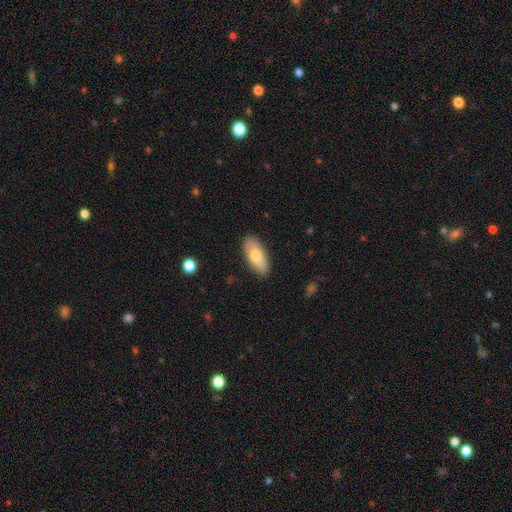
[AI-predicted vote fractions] Smooth or featured? Predicted: smooth (p=0.72). How rounded? Predicted: in between (p=0.87). Merging? Predicted: none (p=0.87).